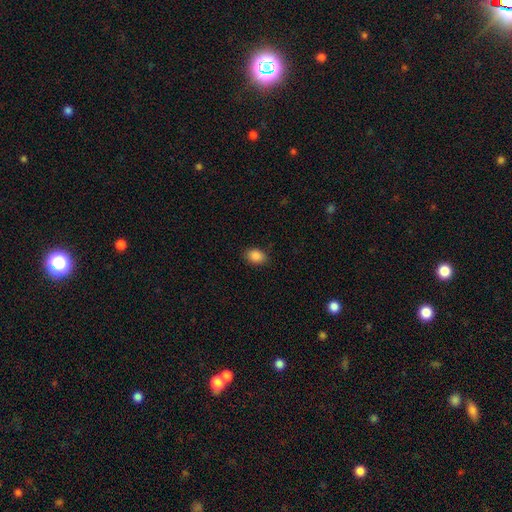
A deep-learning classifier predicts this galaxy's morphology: Smooth or featured: smooth — 87% (star or artifact — 9%)
How rounded: in between — 73% (round — 25%)
Merging: none — 86% (minor disturbance — 11%)